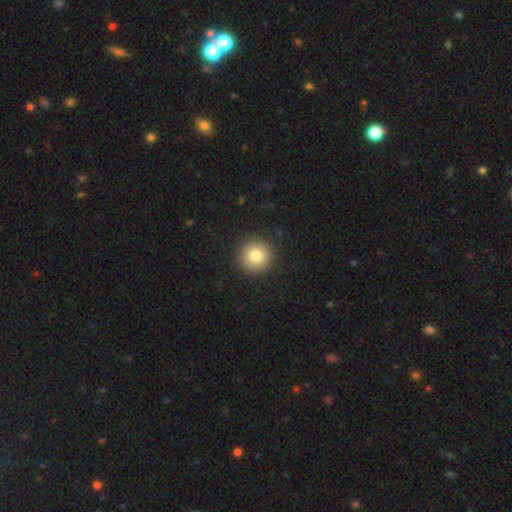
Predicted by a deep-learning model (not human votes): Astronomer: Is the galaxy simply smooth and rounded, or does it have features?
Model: smooth — 83%.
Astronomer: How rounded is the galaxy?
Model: round — 95%.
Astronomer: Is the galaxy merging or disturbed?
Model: none — 91%.